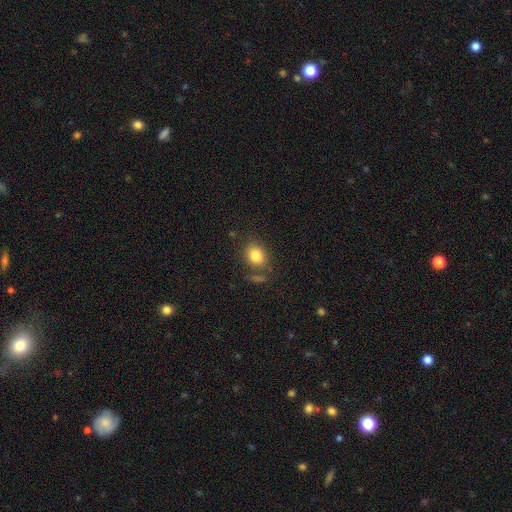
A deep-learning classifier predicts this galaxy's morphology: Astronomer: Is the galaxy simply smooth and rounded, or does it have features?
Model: smooth — 84%.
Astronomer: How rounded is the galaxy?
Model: round — 52% (runner-up: in between, 46%).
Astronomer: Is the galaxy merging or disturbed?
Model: none — 69%.